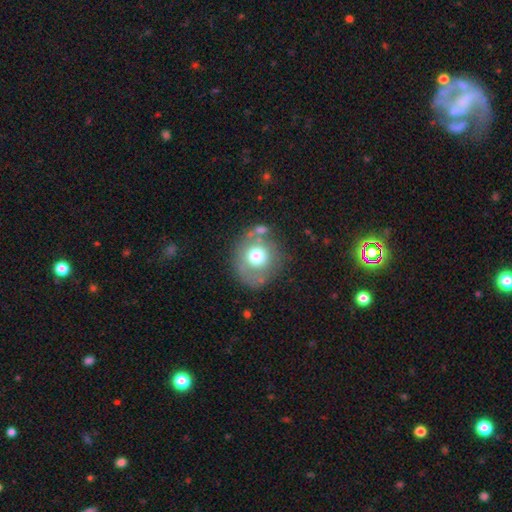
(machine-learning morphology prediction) Smooth or featured?
  - smooth: 64% *
  - featured or disk: 25%
  - star or artifact: 11%
How rounded?
  - round: 88% *
  - in between: 11%
  - cigar-shaped: 1%
Merging?
  - none: 66% *
  - minor disturbance: 17%
  - major disturbance: 9%
  - merger: 8%